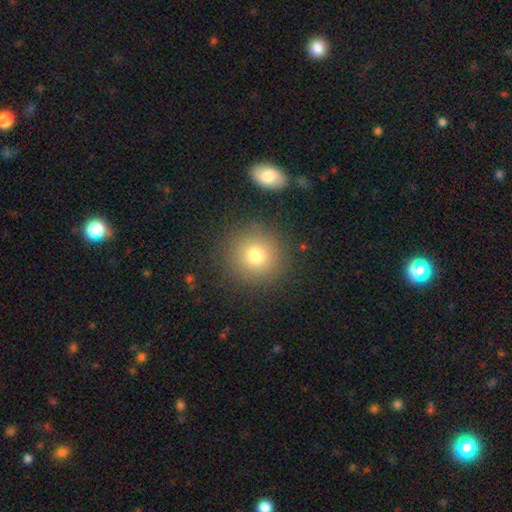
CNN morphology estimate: Smooth or featured: smooth — 76% (star or artifact — 13%)
How rounded: round — 93% (in between — 6%)
Merging: none — 87% (minor disturbance — 7%)